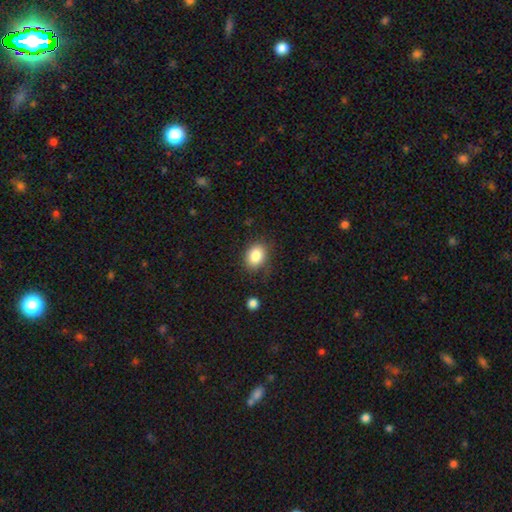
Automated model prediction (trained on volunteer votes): smooth-or-featured: smooth: 85% | star or artifact: 9% | featured or disk: 6%
  how-rounded: in between: 60% | round: 39% | cigar-shaped: 1%
  merging: none: 76% | minor disturbance: 17% | major disturbance: 5% | merger: 2%